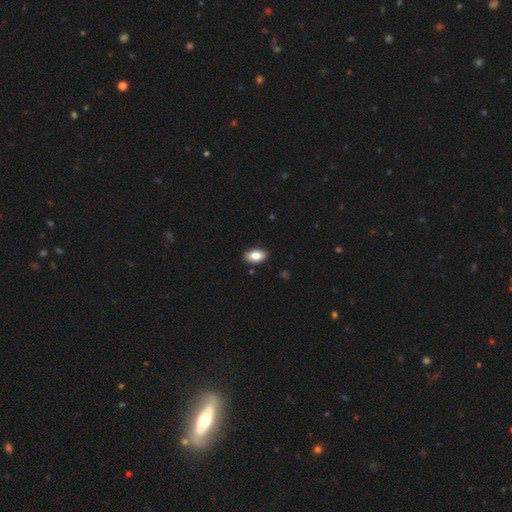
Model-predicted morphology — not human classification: The model was most divided on "merging": none: 87%, minor disturbance: 10%, major disturbance: 2%, merger: 1%. More confident: how rounded — in between (93%); smooth or featured — smooth (86%).